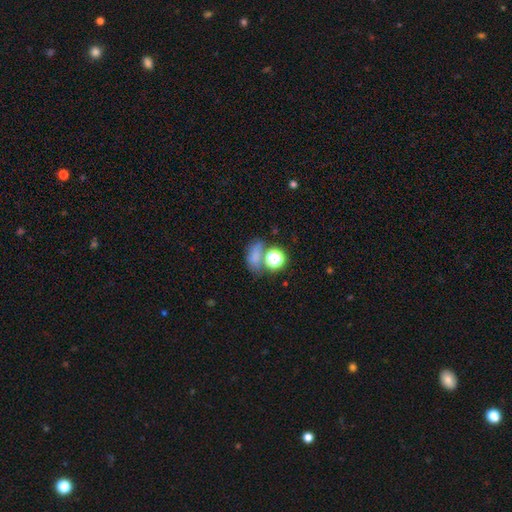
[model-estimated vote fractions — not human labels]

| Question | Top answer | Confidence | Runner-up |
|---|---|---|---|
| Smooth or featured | smooth | 66% | star or artifact (23%) |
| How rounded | in between | 61% | round (35%) |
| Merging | none | 46% | merger (25%) |